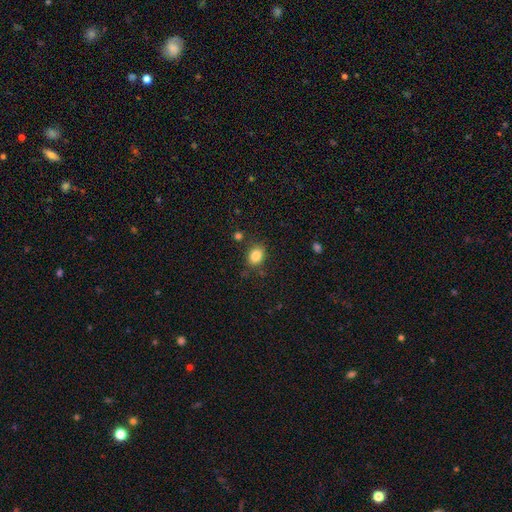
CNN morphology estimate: This appears to be a smooth galaxy with no disk features (85%) that is in between round and cigar-shaped (59%). Merging: none (79%).